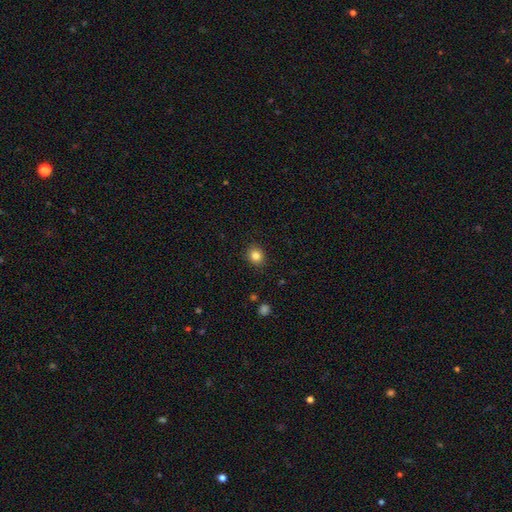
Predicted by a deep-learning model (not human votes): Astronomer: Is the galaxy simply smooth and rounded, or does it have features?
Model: smooth — 83%.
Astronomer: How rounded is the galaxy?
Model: round — 73%.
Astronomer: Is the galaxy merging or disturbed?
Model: none — 90%.